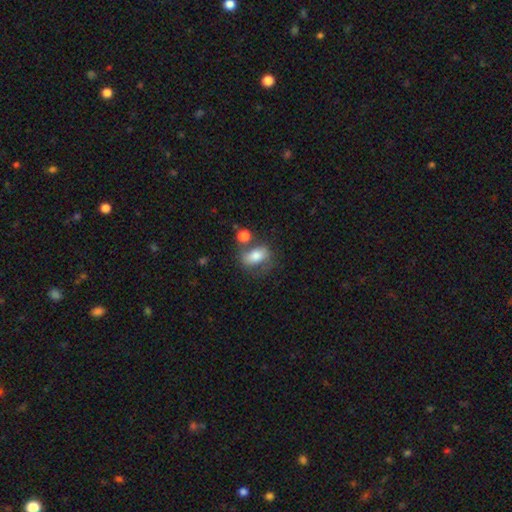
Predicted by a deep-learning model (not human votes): smooth_or_featured: smooth (p=0.69) [alt: featured or disk p=0.22]
how_rounded: in between (p=0.82) [alt: round p=0.15]
merging: none (p=0.45) [alt: merger p=0.23]